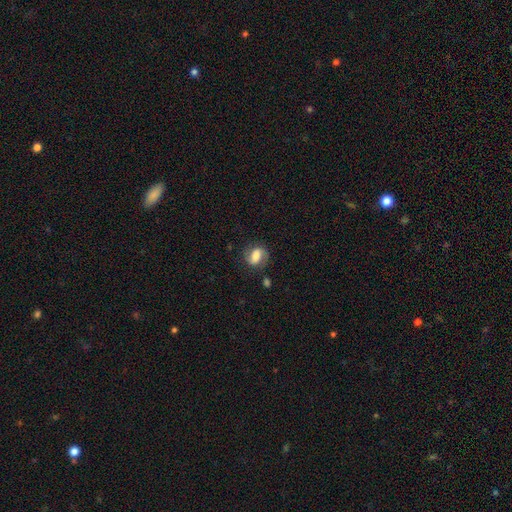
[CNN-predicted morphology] Smooth or featured? Predicted: featured or disk (p=0.53). Edge-on disk? Predicted: no (p=0.96). Bar? Predicted: weak (p=0.41). Spiral arms? Predicted: yes (p=0.87). Bulge size? Predicted: moderate (p=0.40). Merging? Predicted: none (p=0.71).